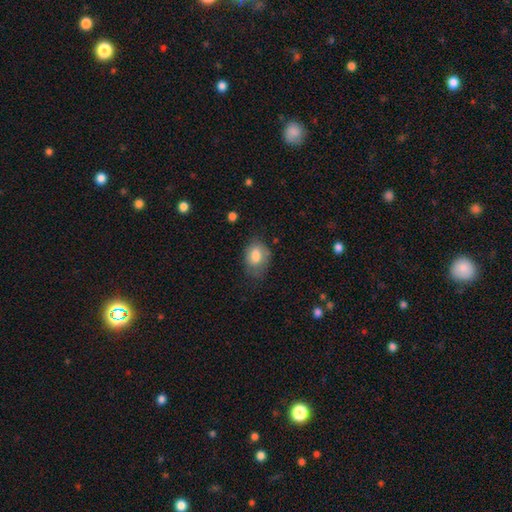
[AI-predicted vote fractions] This is likely a smooth galaxy (78%). How rounded: likely in between (74%). Merging: possibly none (55%).